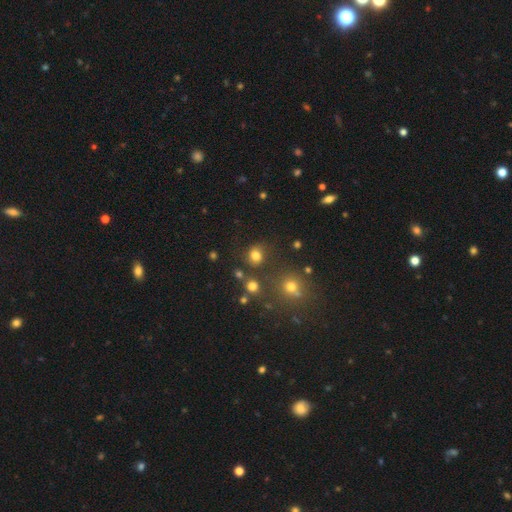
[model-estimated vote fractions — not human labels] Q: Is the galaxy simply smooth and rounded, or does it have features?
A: smooth — 77%.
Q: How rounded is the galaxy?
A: round — 77%.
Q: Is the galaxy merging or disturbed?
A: none — 76%.